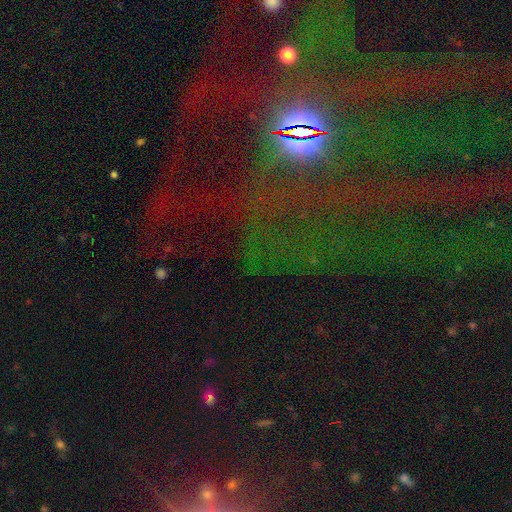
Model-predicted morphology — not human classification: Smooth or featured? Predicted: star or artifact (p=0.79).